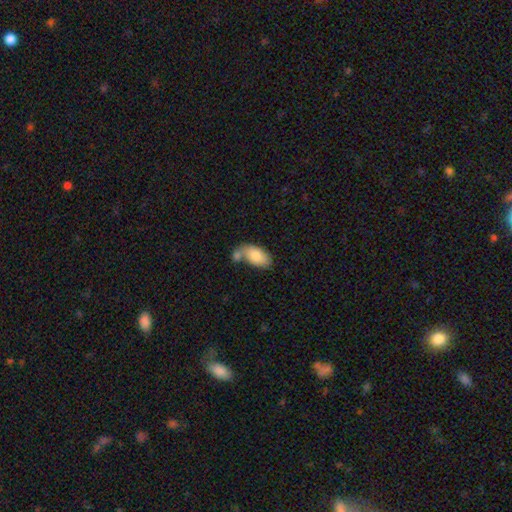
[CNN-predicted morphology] The model was most divided on "merging": merger: 40%, none: 36%, minor disturbance: 16%, major disturbance: 8%. More confident: how rounded — in between (94%); smooth or featured — smooth (79%).